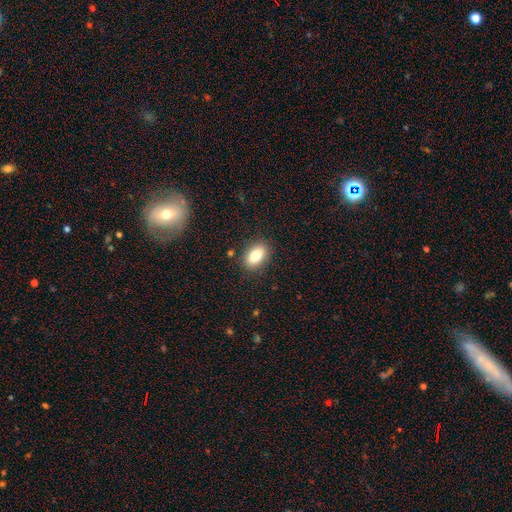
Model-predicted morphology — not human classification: The model was most divided on "smooth or featured": smooth: 81%, featured or disk: 10%, star or artifact: 8%. More confident: how rounded — in between (87%); merging — none (87%).